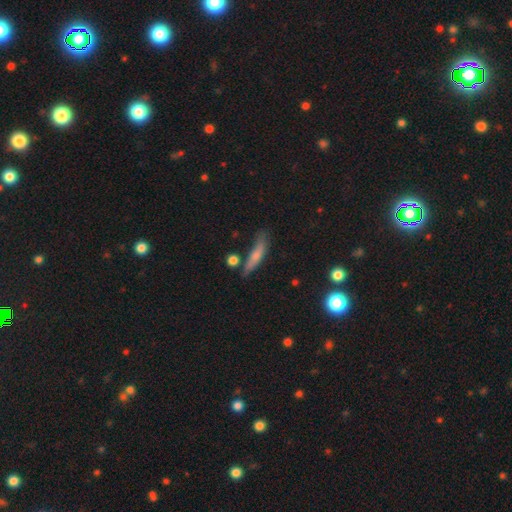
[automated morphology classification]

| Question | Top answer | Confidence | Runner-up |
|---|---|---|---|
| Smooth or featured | smooth | 66% | featured or disk (26%) |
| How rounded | cigar-shaped | 81% | in between (16%) |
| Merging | none | 63% | minor disturbance (23%) |